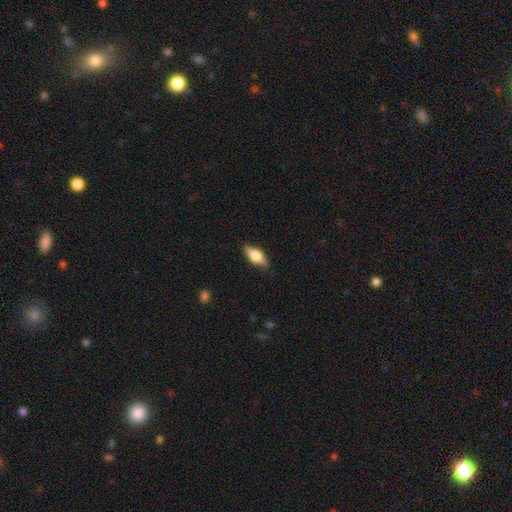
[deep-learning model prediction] smooth 59%, featured or disk 34%, star or artifact 7%. Down the decision tree: how rounded — in between (74%); merging — none (85%).